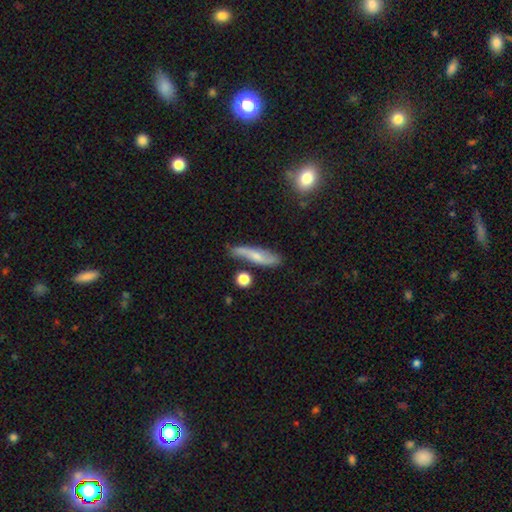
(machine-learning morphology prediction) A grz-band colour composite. It shows a featured or disk galaxy (50%). Merging: none (66%).